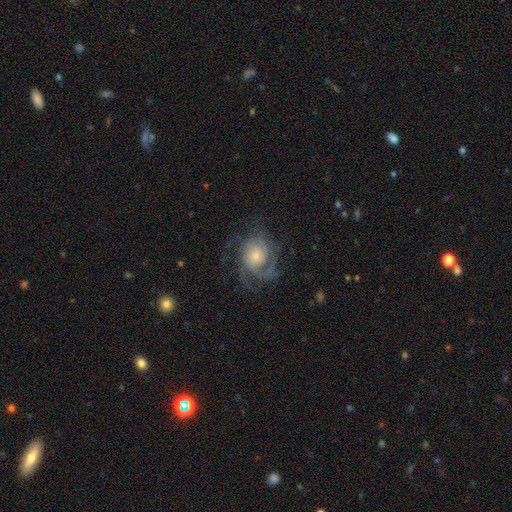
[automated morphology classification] Smooth or featured? featured or disk (79%)
Edge-on disk? no (98%)
Bar? no (76%)
Spiral arms? yes (93%)
Spiral winding? tight (45%)
Spiral arm count? 3 (28%)
Bulge size? small (55%)
Merging? none (60%)